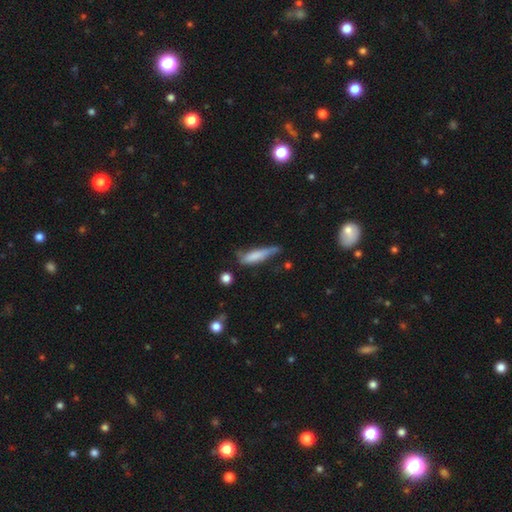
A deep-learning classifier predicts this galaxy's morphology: type=smooth (73%); roundness=cigar-shaped (73%); merging=minor disturbance (40%).